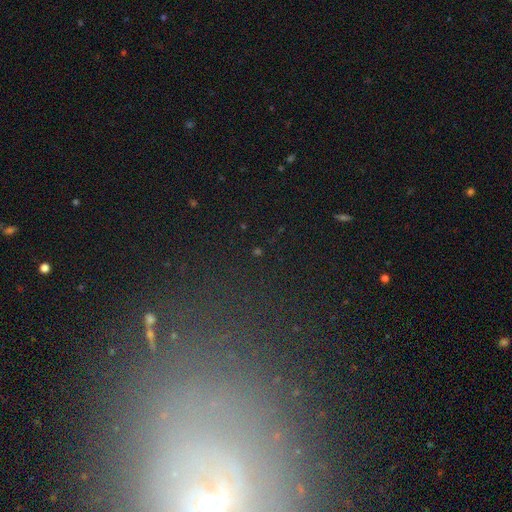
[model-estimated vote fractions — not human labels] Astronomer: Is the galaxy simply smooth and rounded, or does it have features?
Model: star or artifact — 41% (runner-up: featured or disk, 36%).